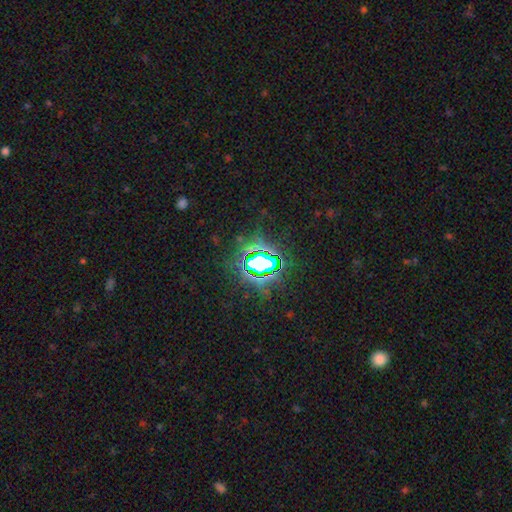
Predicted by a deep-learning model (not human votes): The model was most divided on "smooth or featured": star or artifact: 78%, smooth: 13%, featured or disk: 9%.